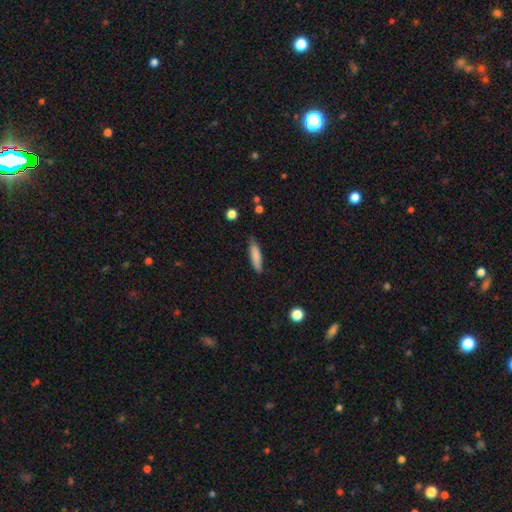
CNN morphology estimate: Smooth or featured? Predicted: smooth (p=0.83). How rounded? Predicted: cigar-shaped (p=0.73). Merging? Predicted: none (p=0.79).